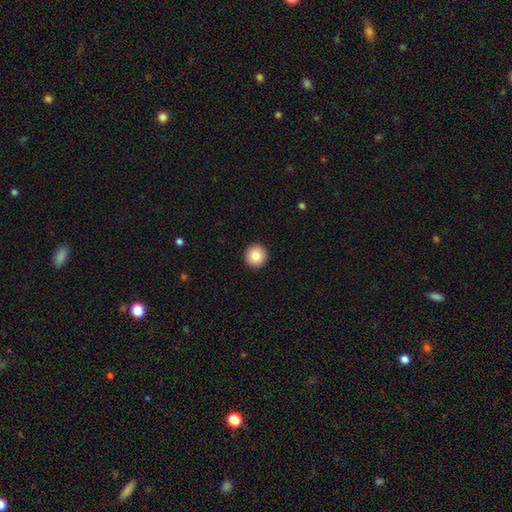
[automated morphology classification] type=smooth (85%); roundness=round (96%); merging=none (94%).